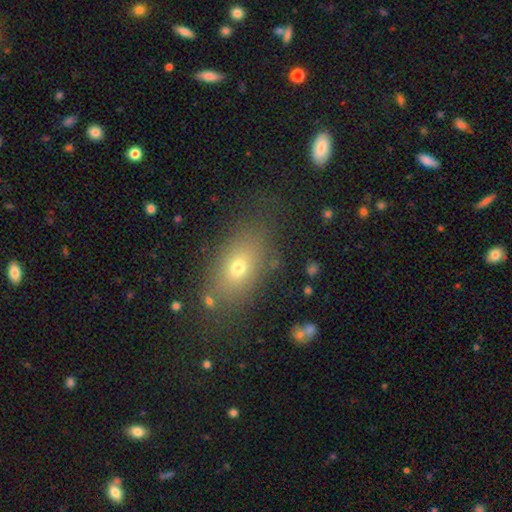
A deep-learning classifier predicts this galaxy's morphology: type=smooth (66%); roundness=in between (78%); merging=none (79%).